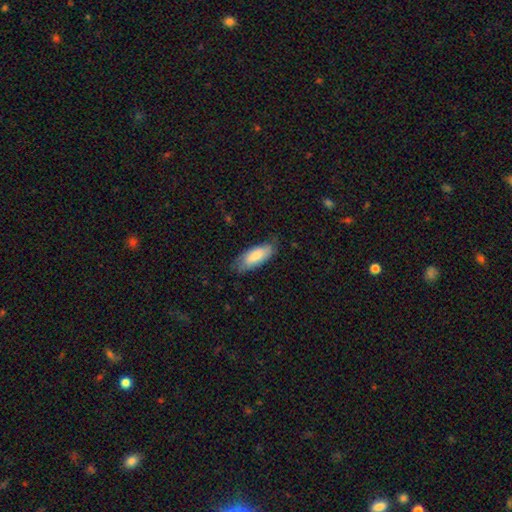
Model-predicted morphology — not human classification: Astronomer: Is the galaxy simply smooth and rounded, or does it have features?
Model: smooth — 79%.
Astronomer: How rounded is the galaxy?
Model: in between — 79%.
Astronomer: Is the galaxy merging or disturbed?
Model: none — 72%.